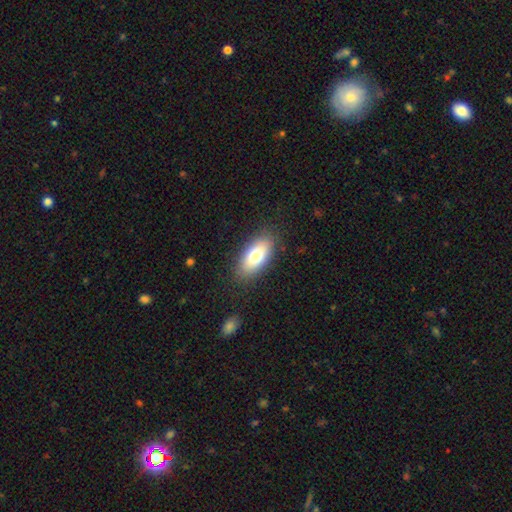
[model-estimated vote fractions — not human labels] Smooth or featured: smooth — 74% (featured or disk — 19%)
How rounded: in between — 87% (cigar-shaped — 9%)
Merging: none — 85% (minor disturbance — 11%)